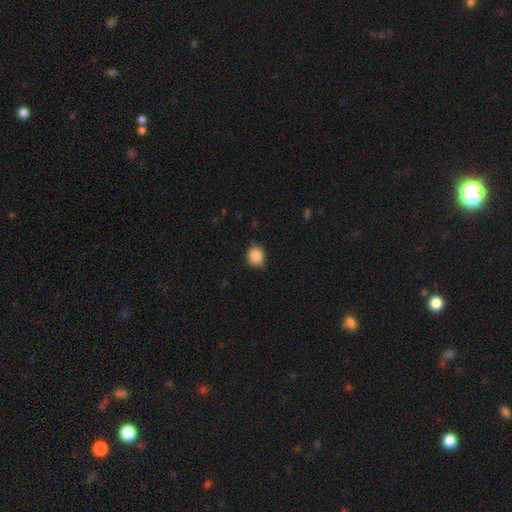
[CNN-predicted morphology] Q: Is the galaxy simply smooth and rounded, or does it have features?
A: smooth — 84%.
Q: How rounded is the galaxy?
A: round — 70%.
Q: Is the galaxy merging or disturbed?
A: none — 67%.